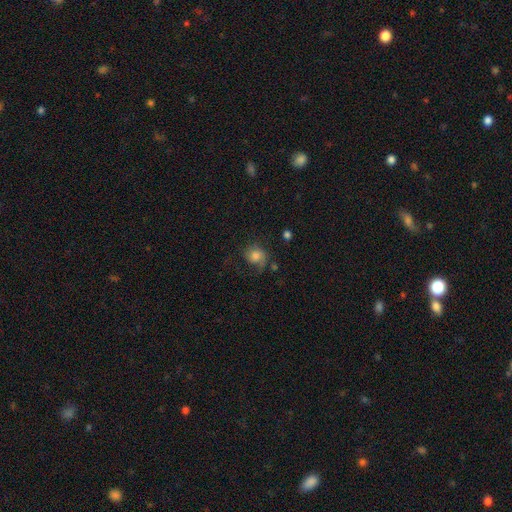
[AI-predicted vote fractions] A smooth galaxy with no disk features (64%) that is round (75%).

Vote fractions:
- Smooth or featured? smooth: 64% / featured or disk: 26% / star or artifact: 10%
- How rounded? round: 75% / in between: 24% / cigar-shaped: 1%
- Merging? none: 52% / minor disturbance: 24% / major disturbance: 22% / merger: 3%